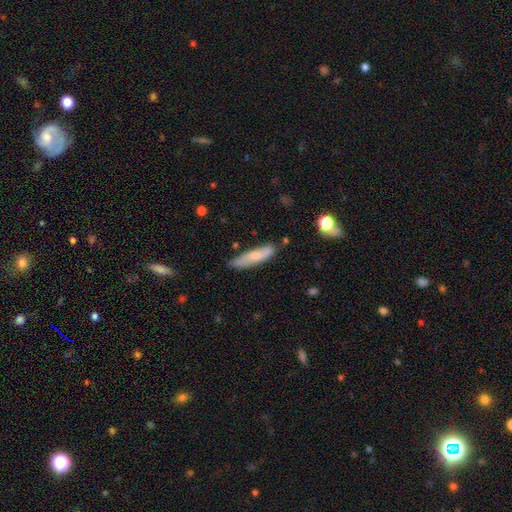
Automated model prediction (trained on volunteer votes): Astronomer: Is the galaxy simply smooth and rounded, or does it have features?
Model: smooth — 64%.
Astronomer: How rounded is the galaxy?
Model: cigar-shaped — 75%.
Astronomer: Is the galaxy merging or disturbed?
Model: none — 76%.